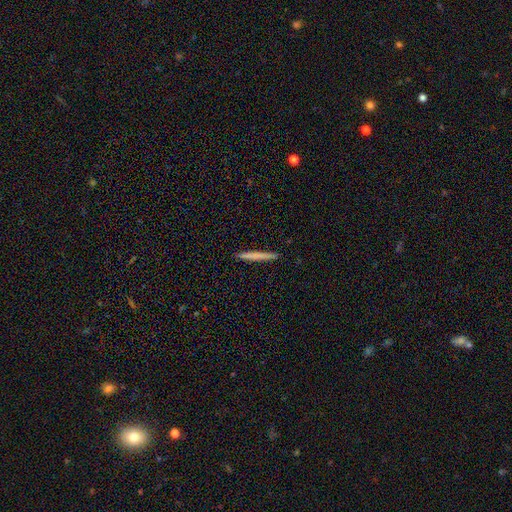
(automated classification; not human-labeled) A smooth galaxy with no disk features (69%) that is cigar-shaped (97%). Merging: none (93%).